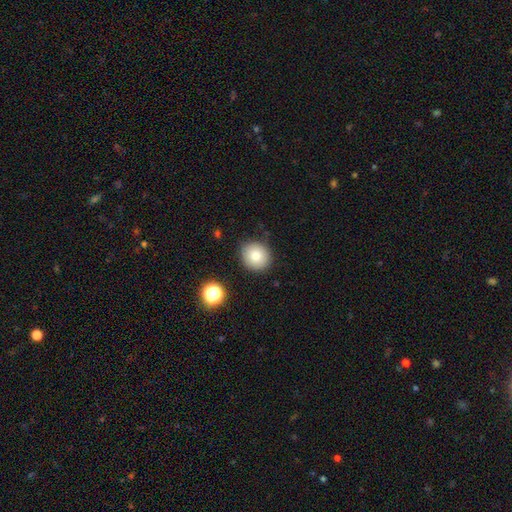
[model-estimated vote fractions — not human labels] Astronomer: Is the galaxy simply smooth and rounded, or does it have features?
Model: smooth — 79%.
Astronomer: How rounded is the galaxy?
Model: round — 84%.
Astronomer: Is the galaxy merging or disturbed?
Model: none — 85%.